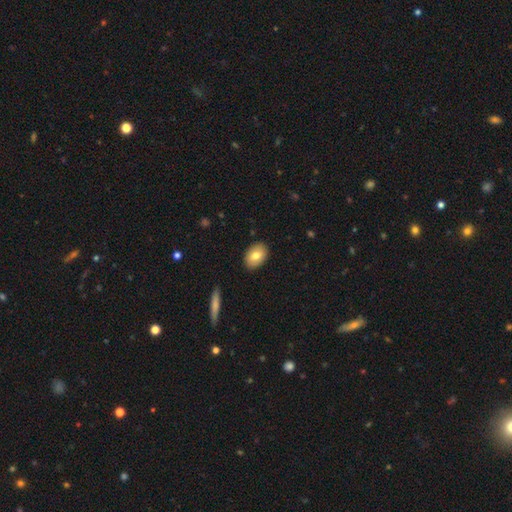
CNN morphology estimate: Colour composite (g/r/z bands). It shows a smooth galaxy with no disk features (78%) that is in between round and cigar-shaped (87%). Merging: none (89%).